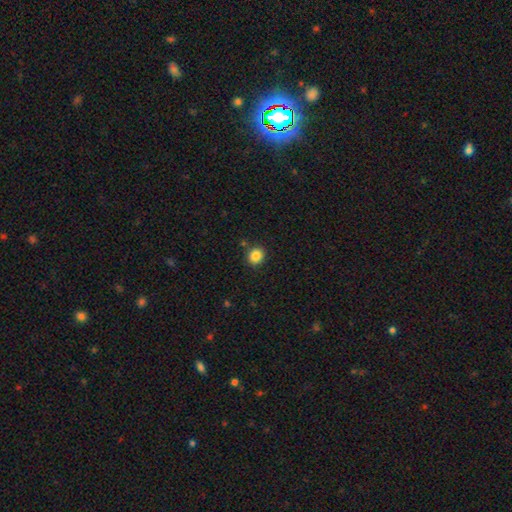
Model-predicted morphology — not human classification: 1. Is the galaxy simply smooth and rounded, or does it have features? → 85% smooth, 11% star or artifact, 5% featured or disk.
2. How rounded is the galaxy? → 83% round, 16% in between, 1% cigar-shaped.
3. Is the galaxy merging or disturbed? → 87% none, 8% minor disturbance, 3% merger, 2% major disturbance.